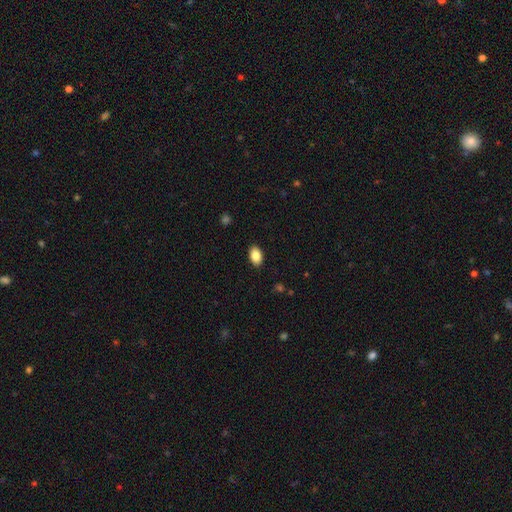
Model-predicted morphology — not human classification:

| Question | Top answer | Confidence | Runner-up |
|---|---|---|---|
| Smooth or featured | smooth | 86% | star or artifact (8%) |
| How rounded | in between | 89% | round (10%) |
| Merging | none | 89% | minor disturbance (8%) |